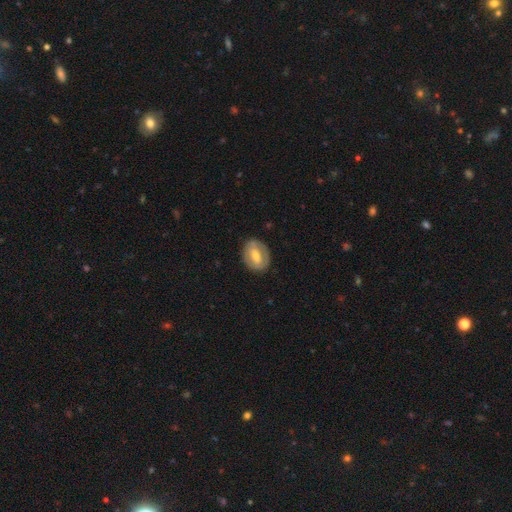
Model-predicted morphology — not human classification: featured or disk 53%, smooth 41%, star or artifact 6%. Down the decision tree: edge-on disk — no (94%); merging — none (82%).